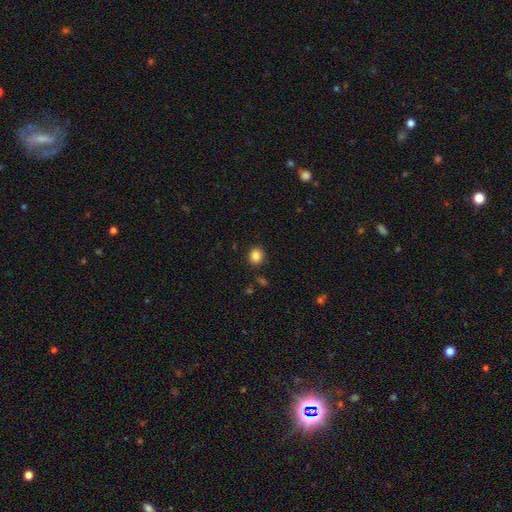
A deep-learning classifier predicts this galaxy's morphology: type=smooth (85%); roundness=round (78%); merging=none (89%).